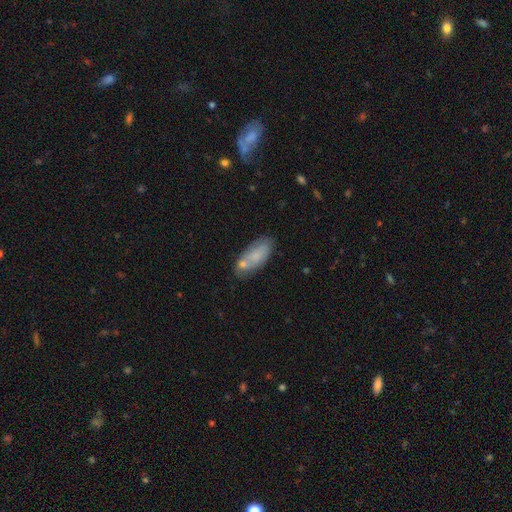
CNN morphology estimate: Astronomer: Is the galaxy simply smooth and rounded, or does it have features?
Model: smooth — 69%.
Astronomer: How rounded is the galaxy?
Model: in between — 82%.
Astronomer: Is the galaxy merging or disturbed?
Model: none — 57%.